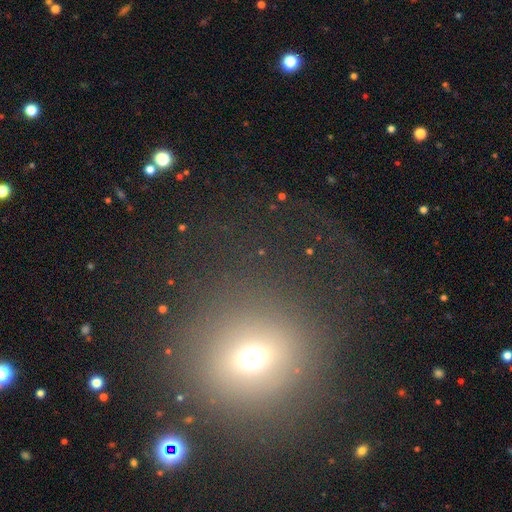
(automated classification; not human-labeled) Smooth or featured: smooth — 52% (star or artifact — 33%)
How rounded: round — 85% (in between — 13%)
Merging: none — 70% (major disturbance — 15%)